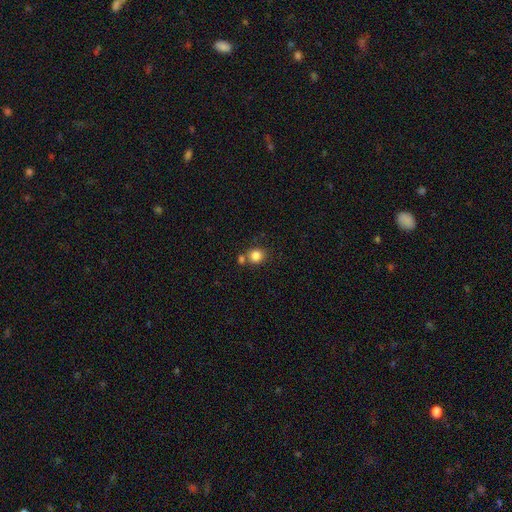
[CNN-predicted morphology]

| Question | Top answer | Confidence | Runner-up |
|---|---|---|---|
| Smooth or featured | smooth | 83% | star or artifact (11%) |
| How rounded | round | 80% | in between (19%) |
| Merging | none | 63% | merger (23%) |